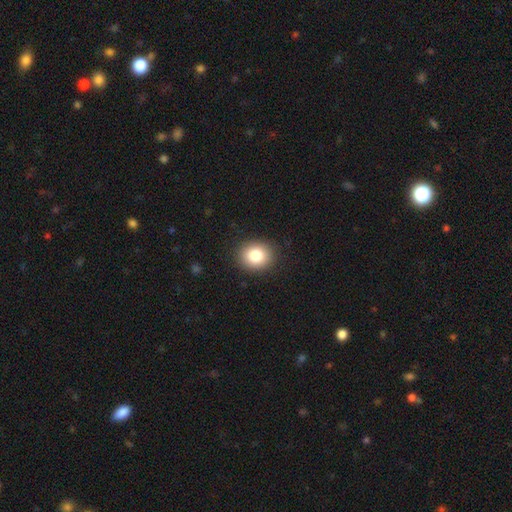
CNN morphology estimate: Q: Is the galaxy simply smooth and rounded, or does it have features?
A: smooth — 83%.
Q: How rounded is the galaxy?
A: round — 66%.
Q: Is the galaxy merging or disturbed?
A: none — 90%.